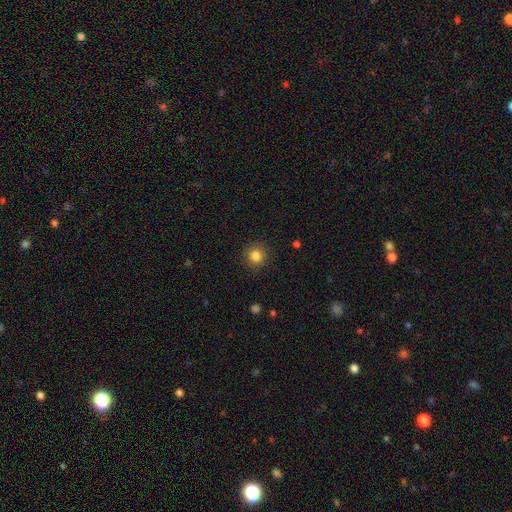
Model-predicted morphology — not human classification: Q: Smooth or featured?
A: smooth (83%); runner-up: star or artifact (11%)
Q: How rounded?
A: round (90%); runner-up: in between (9%)
Q: Merging?
A: none (89%); runner-up: minor disturbance (7%)